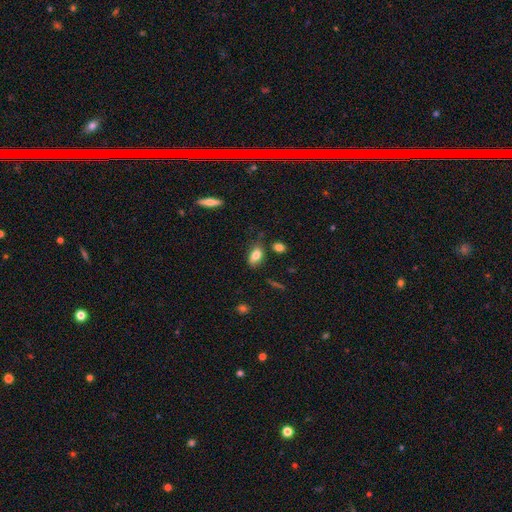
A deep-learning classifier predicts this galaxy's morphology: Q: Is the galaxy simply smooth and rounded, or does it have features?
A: smooth — 80%.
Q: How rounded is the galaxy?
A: in between — 88%.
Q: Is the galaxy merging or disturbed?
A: none — 67%.